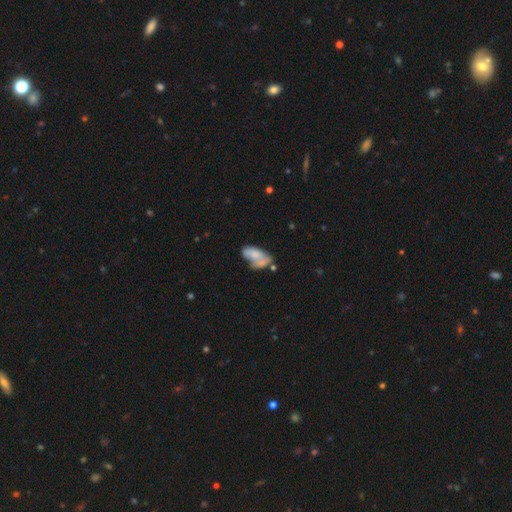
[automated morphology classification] Smooth or featured: smooth — 62% (featured or disk — 29%)
How rounded: in between — 90% (cigar-shaped — 6%)
Merging: none — 29% (merger — 28%)